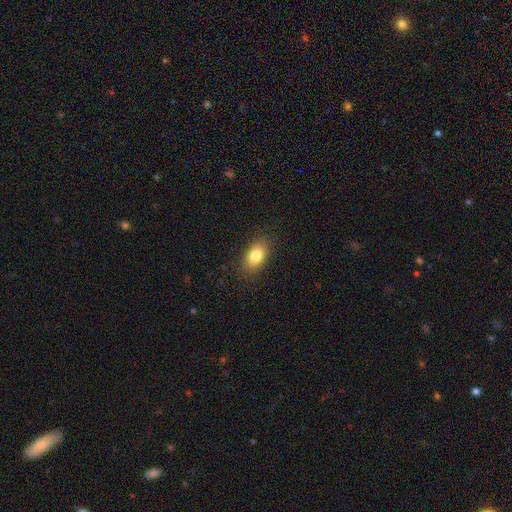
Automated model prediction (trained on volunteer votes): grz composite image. It shows a smooth galaxy with no disk features (83%) that is in between round and cigar-shaped (88%). Merging: none (86%).